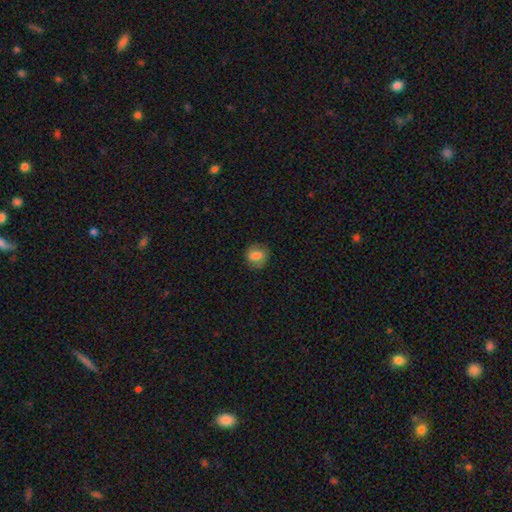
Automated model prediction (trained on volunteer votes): A smooth galaxy with no disk features (73%) that is round (63%).

Vote fractions:
- Smooth or featured? smooth: 73% / featured or disk: 17% / star or artifact: 9%
- How rounded? round: 63% / in between: 36% / cigar-shaped: 1%
- Merging? none: 78% / minor disturbance: 16% / major disturbance: 5% / merger: 1%